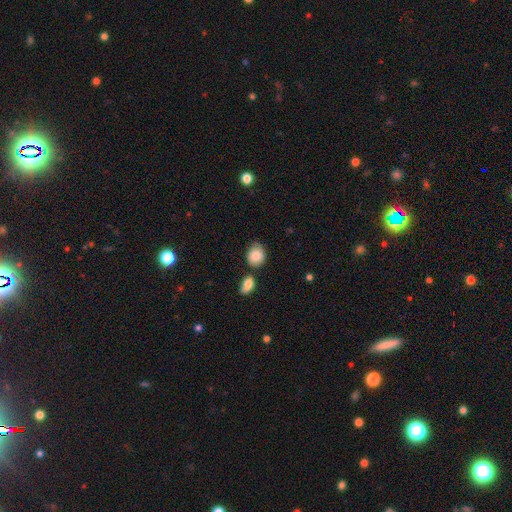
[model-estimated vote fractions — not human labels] The model was most divided on "how rounded": round: 58%, in between: 40%, cigar-shaped: 1%. More confident: smooth or featured — smooth (85%); merging — none (59%).